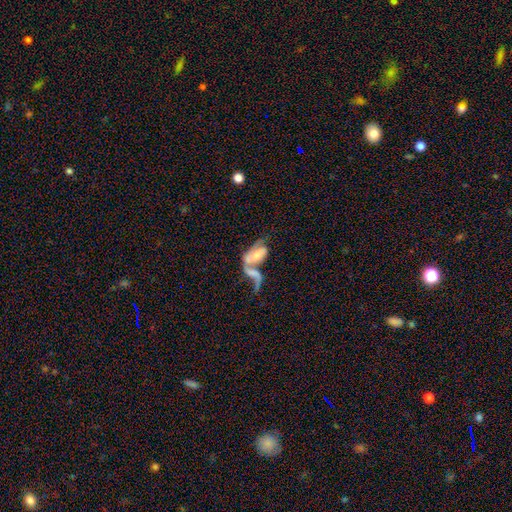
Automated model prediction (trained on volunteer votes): Smooth or featured: featured or disk — 60% (smooth — 32%)
Edge-on disk: no — 93% (yes — 7%)
Bar: no — 51% (weak — 29%)
Spiral arms: yes — 68% (no — 32%)
Bulge size: small — 31% (moderate — 30%)
Merging: merger — 71% (major disturbance — 15%)